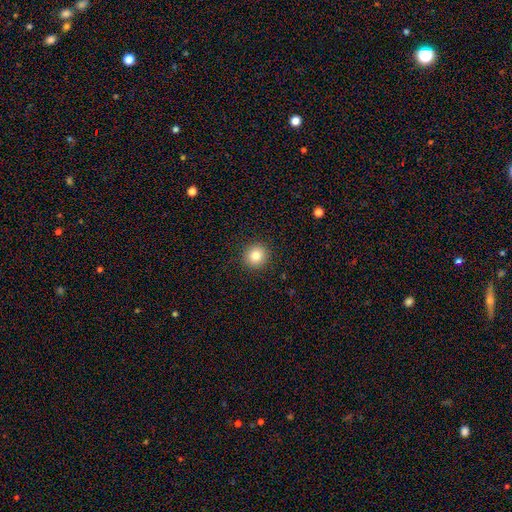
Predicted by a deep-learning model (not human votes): smooth-or-featured: smooth: 83% | star or artifact: 10% | featured or disk: 7%
  how-rounded: round: 92% | in between: 7% | cigar-shaped: 1%
  merging: none: 92% | minor disturbance: 5% | major disturbance: 2% | merger: 1%